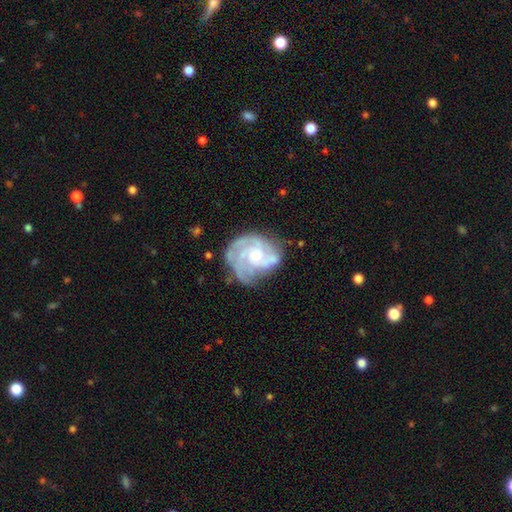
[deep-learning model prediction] A featured or disk galaxy (86%) with no bar (73%), 3 (42%) tight (55%) spiral arms (96%) and a small central bulge (59%). Merging: none (62%).